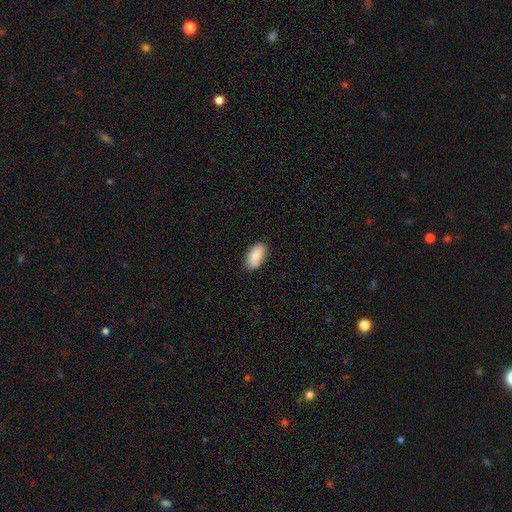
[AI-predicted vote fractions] The model was most divided on "merging": none: 84%, minor disturbance: 13%, major disturbance: 2%, merger: 1%. More confident: how rounded — in between (94%); smooth or featured — smooth (83%).